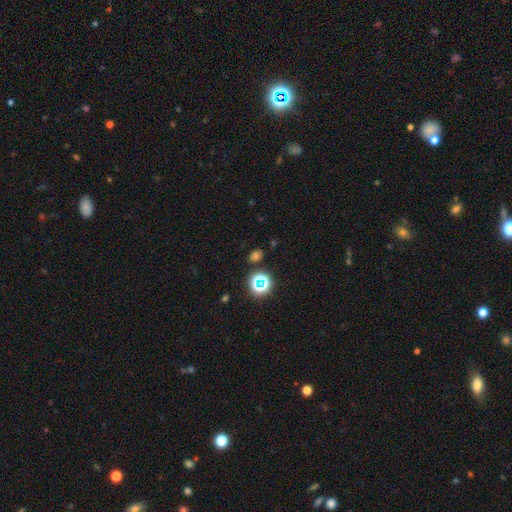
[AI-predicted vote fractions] smooth-or-featured: smooth: 47% | star or artifact: 46% | featured or disk: 7%
  merging: none: 80% | minor disturbance: 10% | merger: 6% | major disturbance: 4%